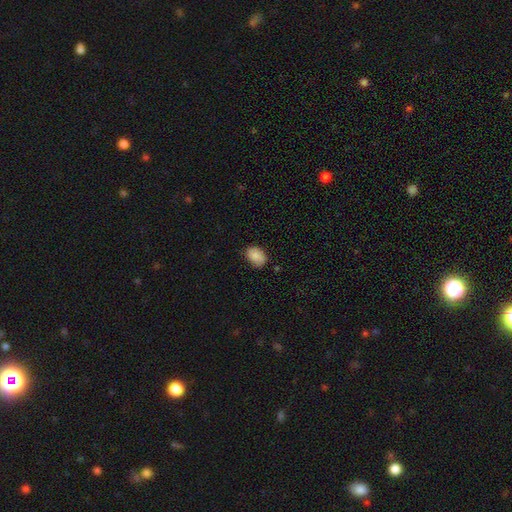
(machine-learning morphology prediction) Smooth or featured? Predicted: smooth (p=0.82). How rounded? Predicted: in between (p=0.80). Merging? Predicted: none (p=0.71).